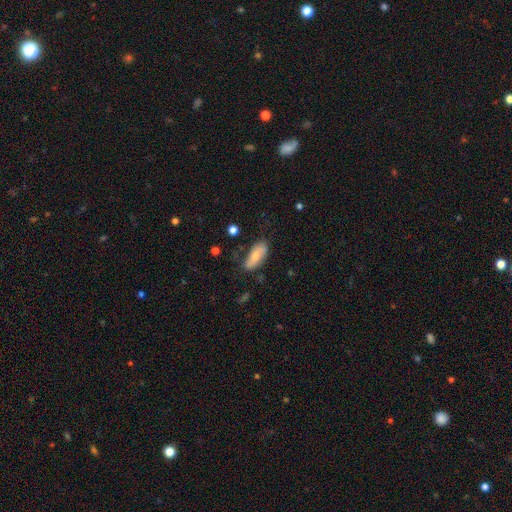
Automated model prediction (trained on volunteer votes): smooth-or-featured: smooth: 70% | featured or disk: 23% | star or artifact: 7%
  how-rounded: in between: 82% | cigar-shaped: 15% | round: 3%
  merging: none: 66% | minor disturbance: 25% | major disturbance: 6% | merger: 3%